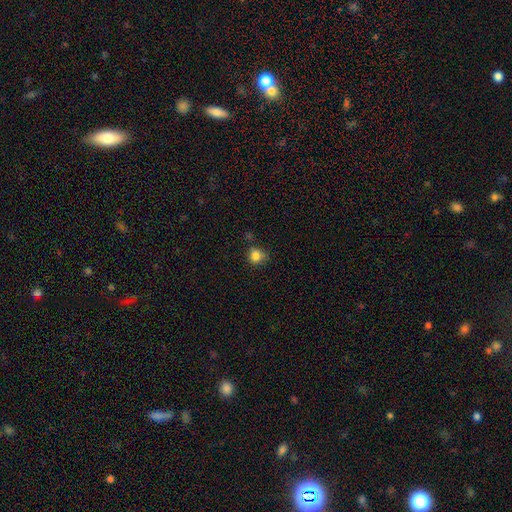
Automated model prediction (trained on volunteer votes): Smooth or featured? Predicted: smooth (p=0.83). How rounded? Predicted: round (p=0.82). Merging? Predicted: none (p=0.65).